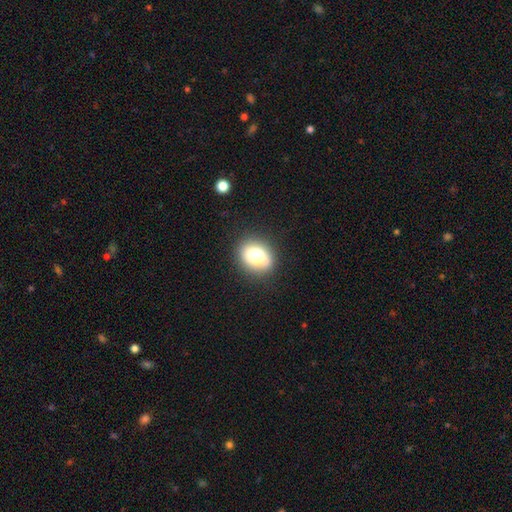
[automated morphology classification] type=smooth (76%); roundness=round (53%); merging=none (76%).